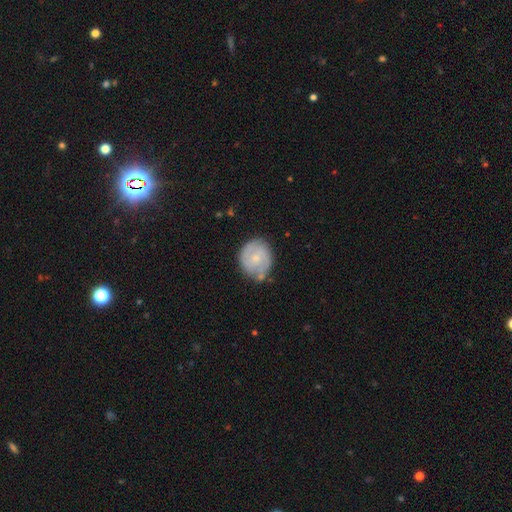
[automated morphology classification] Smooth or featured? Predicted: featured or disk (p=0.54). Edge-on disk? Predicted: no (p=0.97). Bar? Predicted: no (p=0.70). Spiral arms? Predicted: yes (p=0.76). Bulge size? Predicted: small (p=0.64). Merging? Predicted: none (p=0.66).